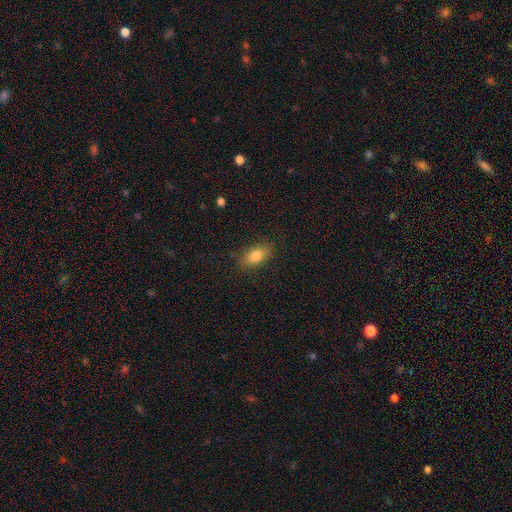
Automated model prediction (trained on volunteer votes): Q: Smooth or featured?
A: smooth (82%); runner-up: featured or disk (10%)
Q: How rounded?
A: in between (87%); runner-up: round (7%)
Q: Merging?
A: none (83%); runner-up: minor disturbance (12%)